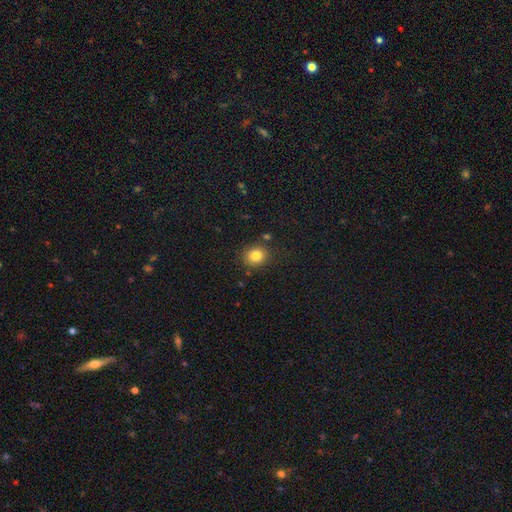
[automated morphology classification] Smooth or featured? Predicted: smooth (p=0.82). How rounded? Predicted: round (p=0.75). Merging? Predicted: none (p=0.83).